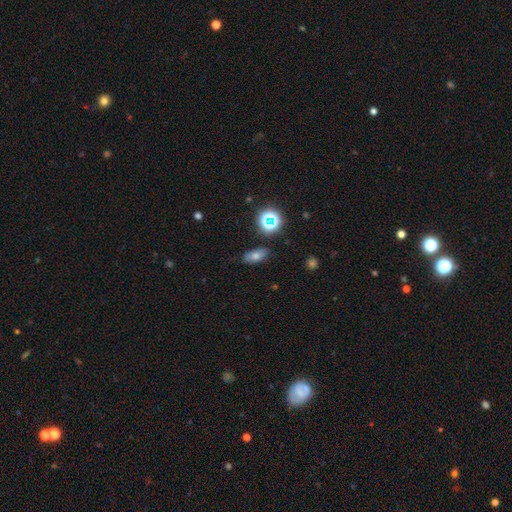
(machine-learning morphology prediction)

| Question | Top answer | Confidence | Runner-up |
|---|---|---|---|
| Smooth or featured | smooth | 51% | star or artifact (30%) |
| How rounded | in between | 73% | round (17%) |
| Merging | none | 83% | minor disturbance (11%) |